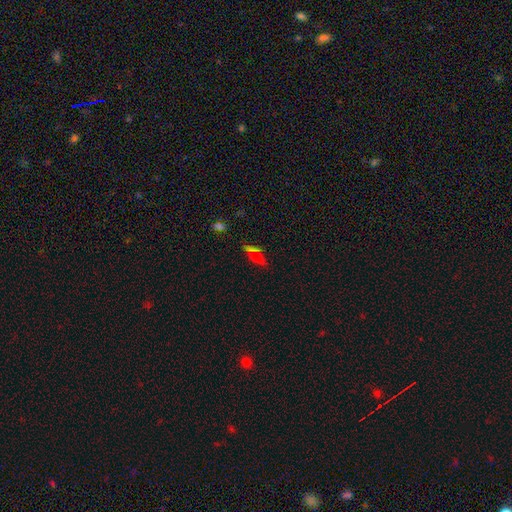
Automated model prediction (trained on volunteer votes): A smooth galaxy with no disk features (49%).

Vote fractions:
- Smooth or featured? smooth: 49% / star or artifact: 27% / featured or disk: 24%
- Merging? none: 78% / minor disturbance: 13% / merger: 5% / major disturbance: 4%